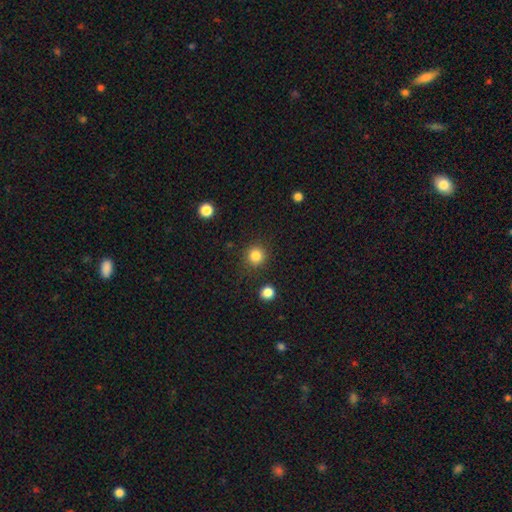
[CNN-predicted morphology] Smooth or featured? smooth (85%)
How rounded? round (93%)
Merging? none (88%)